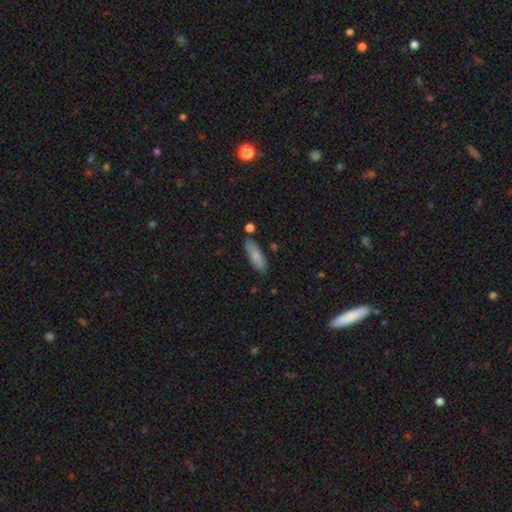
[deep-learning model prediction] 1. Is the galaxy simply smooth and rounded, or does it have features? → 82% smooth, 12% featured or disk, 6% star or artifact.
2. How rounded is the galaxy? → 49% in between (tied), 49% cigar-shaped (tied), 2% round.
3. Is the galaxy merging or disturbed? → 80% none, 13% minor disturbance, 4% merger, 3% major disturbance.